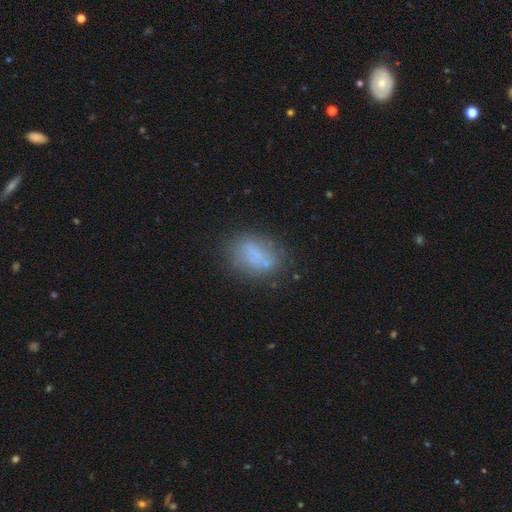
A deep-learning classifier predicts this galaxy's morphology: The model was most divided on "smooth or featured": smooth: 61%, featured or disk: 27%, star or artifact: 12%. More confident: how rounded — in between (74%); merging — none (63%).